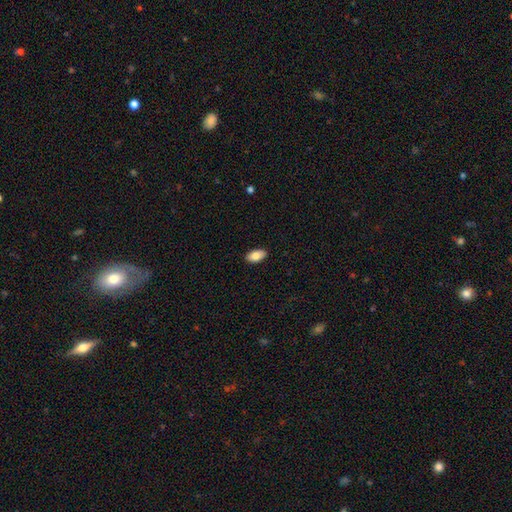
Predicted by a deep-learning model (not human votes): smooth 84%, featured or disk 9%, star or artifact 7%. Down the decision tree: how rounded — in between (94%); merging — none (89%).